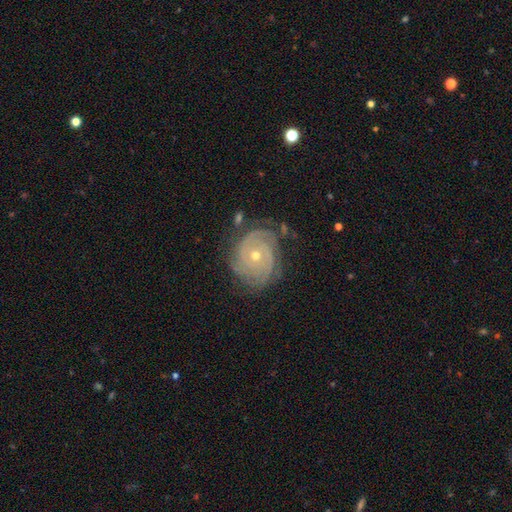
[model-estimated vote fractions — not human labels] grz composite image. It shows a featured or disk galaxy (89%) with no bar (76%), 3 (30%) tight (83%) spiral arms (98%) and a small central bulge (50%). Merging: none (73%).